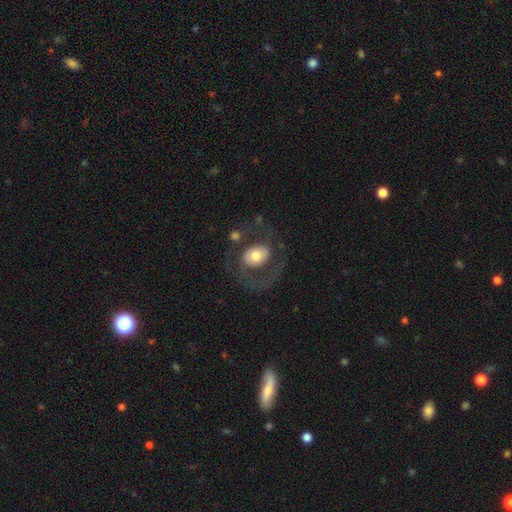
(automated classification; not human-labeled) Overall: featured or disk (51%; smooth 43%). Edge-on disk: no (95%). Merging: none (48%; major disturbance 30%).